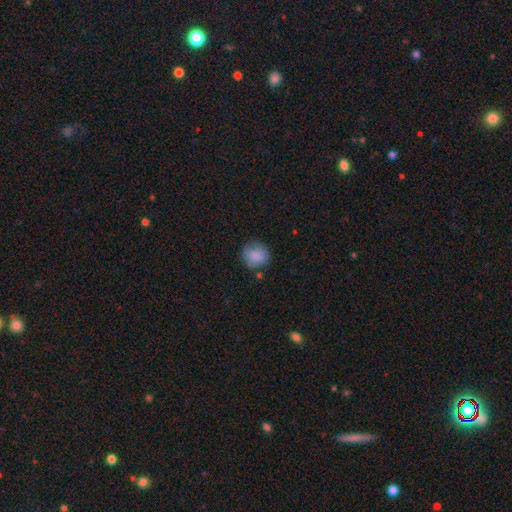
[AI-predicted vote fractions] This is clearly a smooth galaxy (84%). How rounded: clearly round (83%). Merging: likely none (74%).